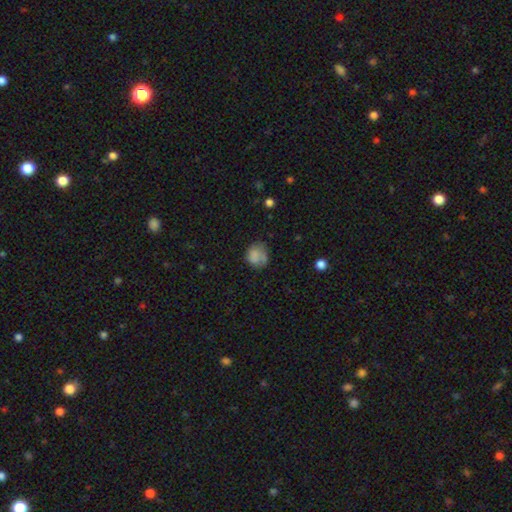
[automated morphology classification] A smooth galaxy with no disk features (74%) that is round (65%).

Vote fractions:
- Smooth or featured? smooth: 74% / featured or disk: 16% / star or artifact: 10%
- How rounded? round: 65% / in between: 34% / cigar-shaped: 1%
- Merging? none: 50% / minor disturbance: 29% / major disturbance: 15% / merger: 6%